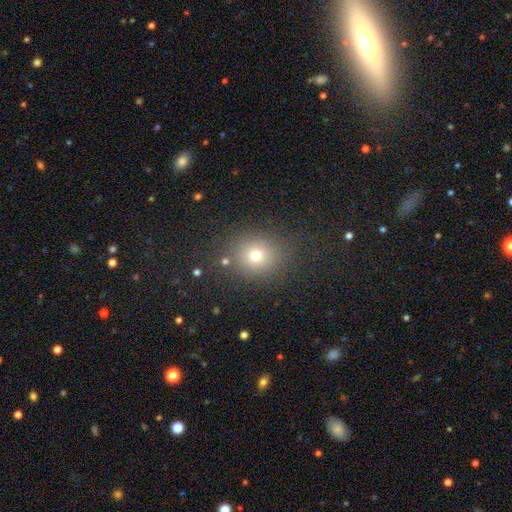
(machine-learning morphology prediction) Smooth or featured: smooth — 71% (star or artifact — 19%)
How rounded: round — 76% (in between — 23%)
Merging: none — 81% (minor disturbance — 10%)